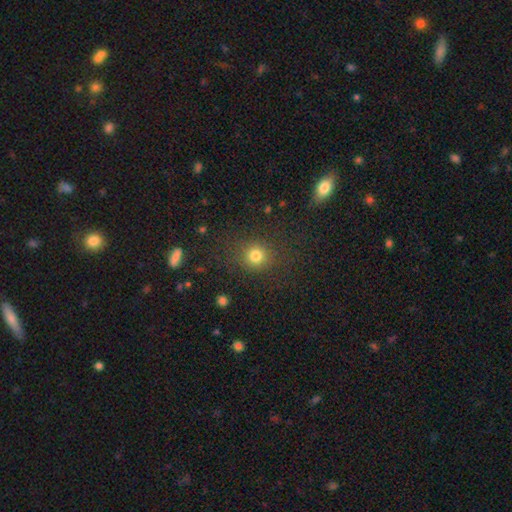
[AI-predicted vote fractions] The model was most divided on "smooth or featured": smooth: 79%, star or artifact: 15%, featured or disk: 7%. More confident: how rounded — round (88%); merging — none (84%).